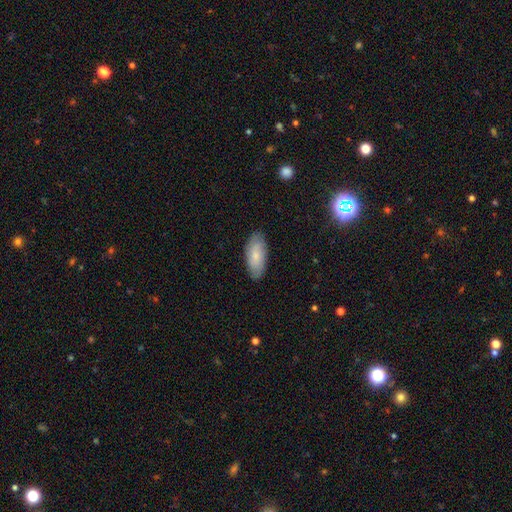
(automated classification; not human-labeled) smooth_or_featured: smooth (p=0.74) [alt: featured or disk p=0.19]
how_rounded: in between (p=0.89) [alt: cigar-shaped p=0.09]
merging: none (p=0.85) [alt: minor disturbance p=0.12]